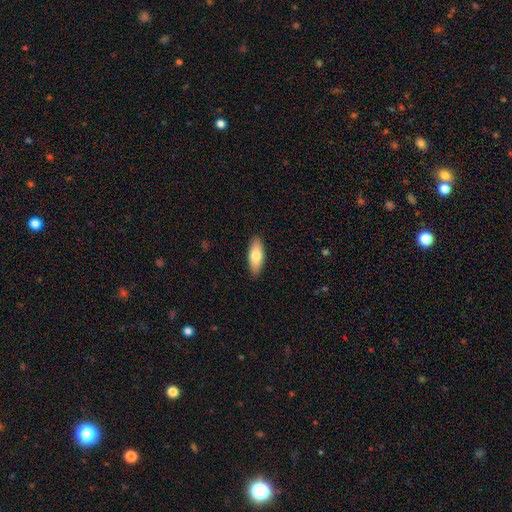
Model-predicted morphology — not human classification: A smooth galaxy with no disk features (77%) that is in between round and cigar-shaped (74%). Merging: none (89%).